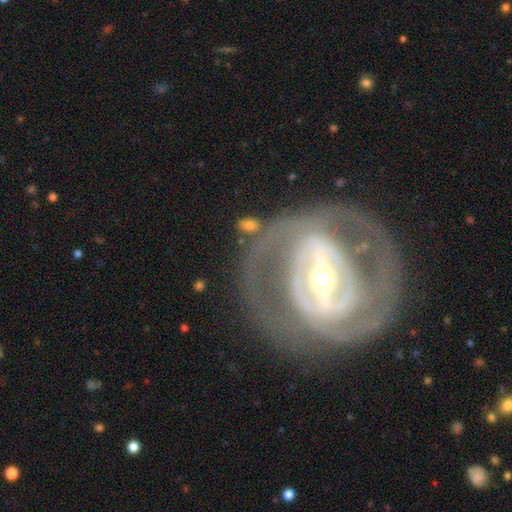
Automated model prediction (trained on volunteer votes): A featured or disk galaxy (83%) with a strong bar (66%), 2 (61%) tight (48%) spiral arms (65%) and a moderate central bulge (59%). Merging: none (61%).